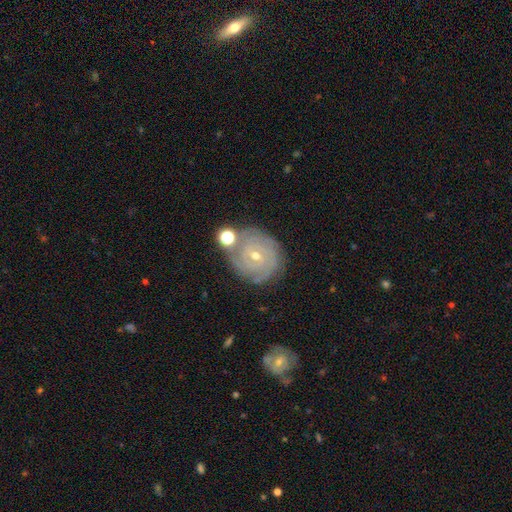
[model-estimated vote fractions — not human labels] Smooth or featured? Predicted: featured or disk (p=0.82). Edge-on disk? Predicted: no (p=0.97). Bar? Predicted: no (p=0.63). Spiral arms? Predicted: yes (p=0.95). Spiral winding? Predicted: tight (p=0.82). Spiral arm count? Predicted: can't tell (p=0.30). Bulge size? Predicted: small (p=0.62). Merging? Predicted: none (p=0.73).